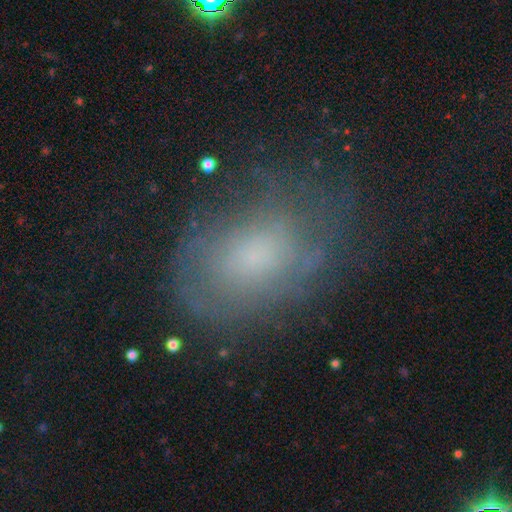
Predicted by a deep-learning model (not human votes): smooth-or-featured: smooth: 43% | featured or disk: 42% | star or artifact: 15%
  merging: none: 62% | minor disturbance: 22% | major disturbance: 14% | merger: 2%